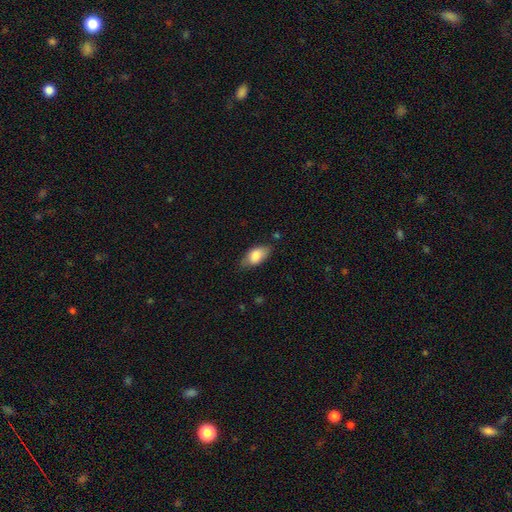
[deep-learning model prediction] A smooth galaxy with no disk features (82%) that is in between round and cigar-shaped (90%). Merging: none (72%).